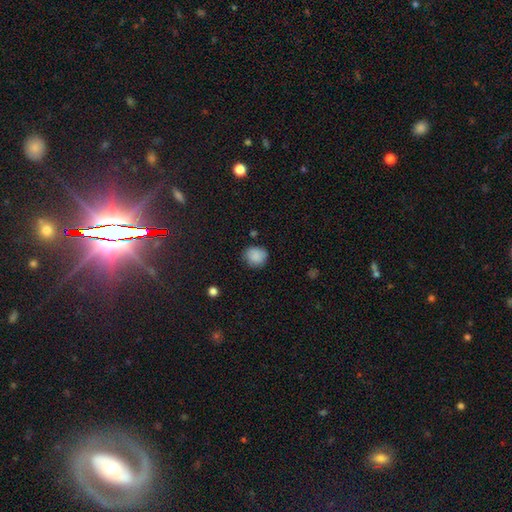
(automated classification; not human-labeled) smooth-or-featured: smooth: 86% | star or artifact: 9% | featured or disk: 5%
  how-rounded: round: 80% | in between: 19% | cigar-shaped: 1%
  merging: none: 76% | minor disturbance: 18% | major disturbance: 4% | merger: 2%